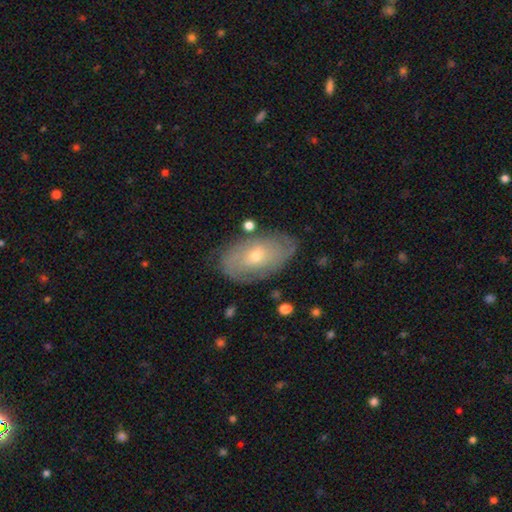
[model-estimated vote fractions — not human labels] Smooth or featured?
  - featured or disk: 60% *
  - smooth: 32%
  - star or artifact: 8%
Edge-on disk?
  - no: 91% *
  - yes: 9%
Bar?
  - no: 79% *
  - weak: 17%
  - strong: 4%
Spiral arms?
  - yes: 66% *
  - no: 34%
Bulge size?
  - small: 60% *
  - moderate: 37%
  - large: 1%
  - none: 1%
  - dominant: 1%
Merging?
  - none: 77% *
  - minor disturbance: 16%
  - major disturbance: 4%
  - merger: 2%